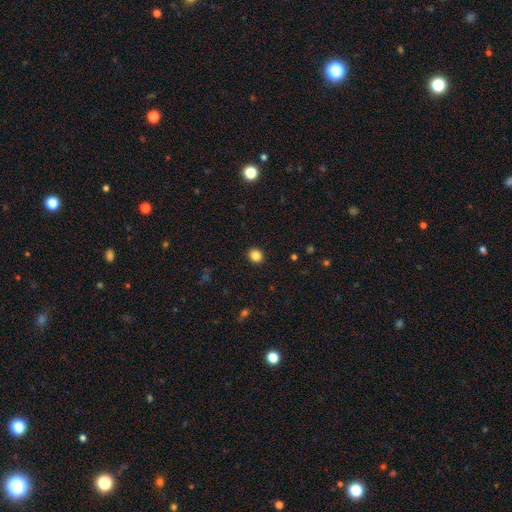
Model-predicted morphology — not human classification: A smooth galaxy with no disk features (85%) that is round (70%). Merging: none (91%).